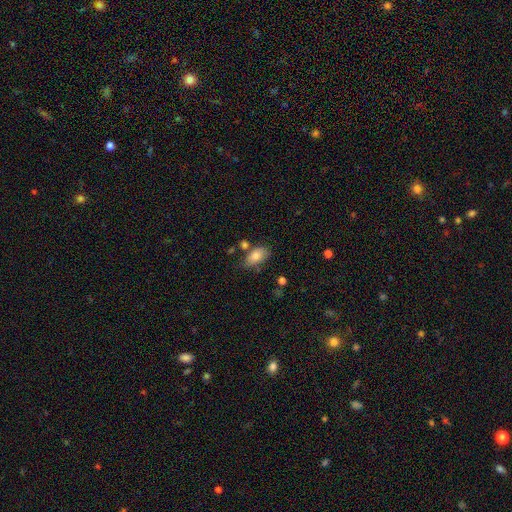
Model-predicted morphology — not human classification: smooth-or-featured: smooth: 79% | featured or disk: 13% | star or artifact: 8%
  how-rounded: in between: 91% | round: 6% | cigar-shaped: 3%
  merging: none: 58% | minor disturbance: 24% | merger: 11% | major disturbance: 7%